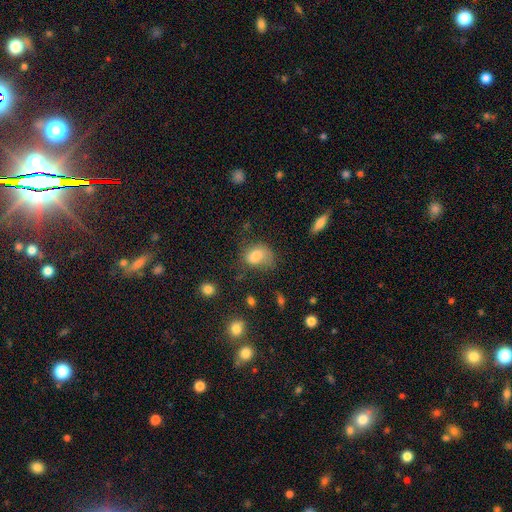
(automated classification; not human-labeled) This is likely a smooth galaxy (76%). How rounded: likely in between (71%). Merging: marginally none (40%).